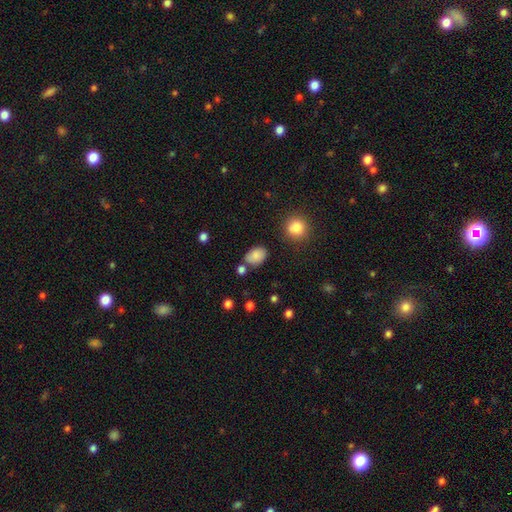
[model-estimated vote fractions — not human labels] Morphology: type=smooth (82%); roundness=in between (81%); merging=none (74%).